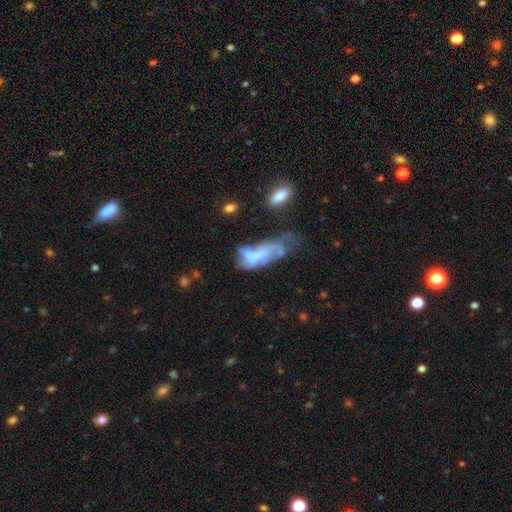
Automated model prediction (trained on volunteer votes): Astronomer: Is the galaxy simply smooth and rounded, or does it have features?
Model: featured or disk — 49% (runner-up: smooth, 40%).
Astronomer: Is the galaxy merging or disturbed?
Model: major disturbance — 40% (runner-up: merger, 26%).